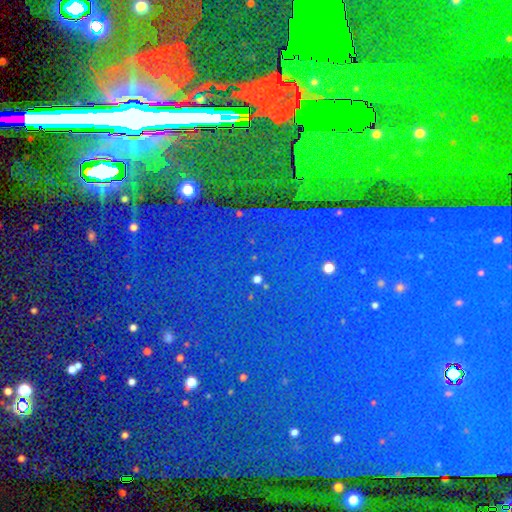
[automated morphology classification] Smooth or featured? star or artifact (84%)